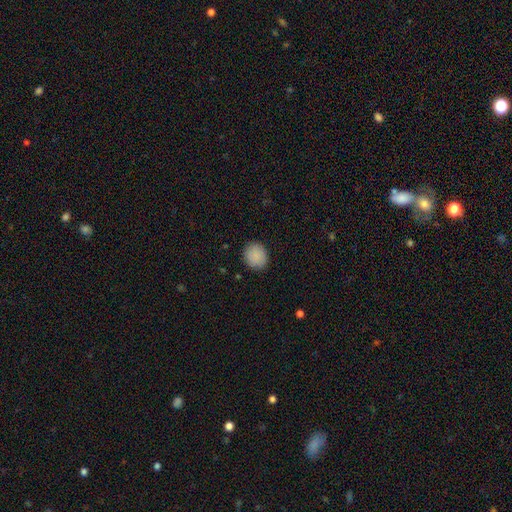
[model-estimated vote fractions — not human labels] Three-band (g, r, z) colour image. It shows a smooth galaxy with no disk features (89%) that is round (78%). Merging: none (89%).